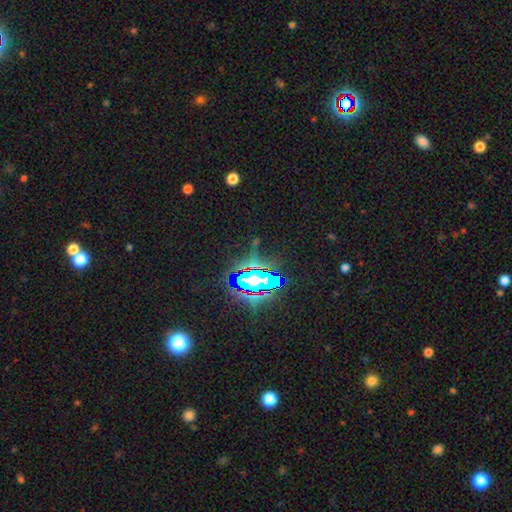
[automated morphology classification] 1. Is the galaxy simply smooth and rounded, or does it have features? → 75% star or artifact, 14% smooth, 11% featured or disk.